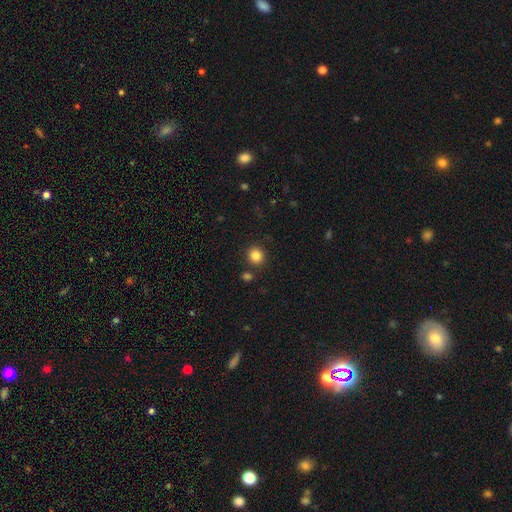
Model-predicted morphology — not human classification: The model was most divided on "how rounded": round: 84%, in between: 15%, cigar-shaped: 1%. More confident: smooth or featured — smooth (85%); merging — none (85%).